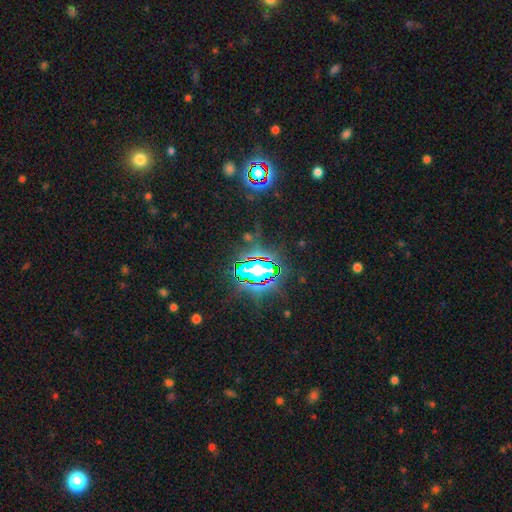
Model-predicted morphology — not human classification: A star or artifact, not a galaxy (83%).

Vote fractions:
- Smooth or featured? star or artifact: 83% / smooth: 10% / featured or disk: 7%